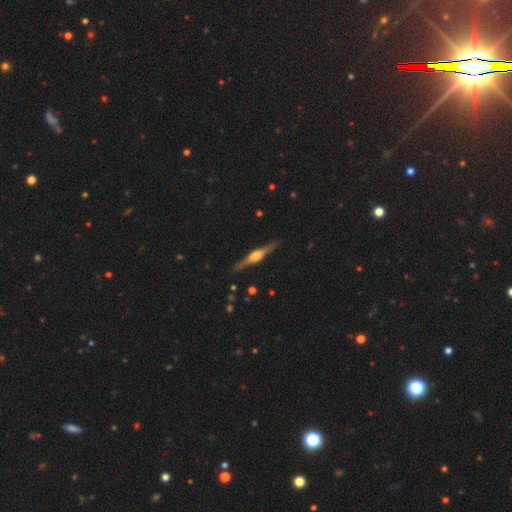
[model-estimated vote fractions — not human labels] This is clearly a featured or disk galaxy (81%). It is clearly viewed edge-on (98%). Edge-on bulge: clearly rounded (90%). Merging: clearly none (89%).